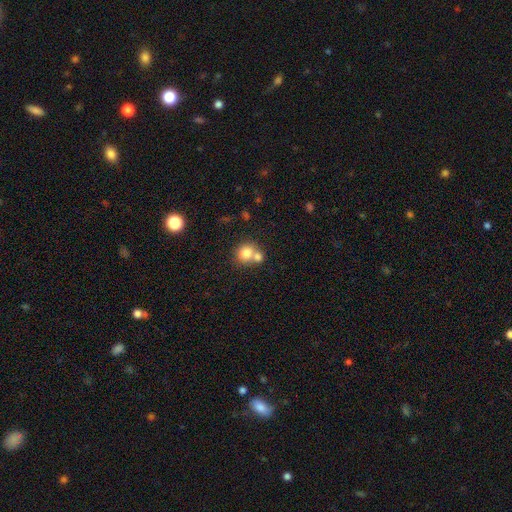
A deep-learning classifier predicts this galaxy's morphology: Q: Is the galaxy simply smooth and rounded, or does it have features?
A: smooth — 63%.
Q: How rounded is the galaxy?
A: round — 85%.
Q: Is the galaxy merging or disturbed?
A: none — 61%.